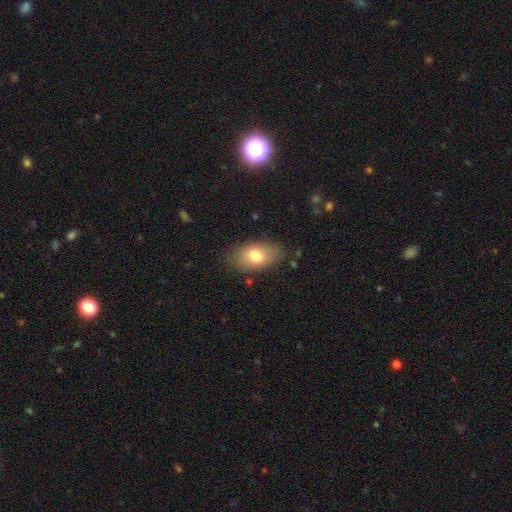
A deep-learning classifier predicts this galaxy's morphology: This is likely a smooth galaxy (77%). How rounded: clearly in between (92%). Merging: clearly none (82%).